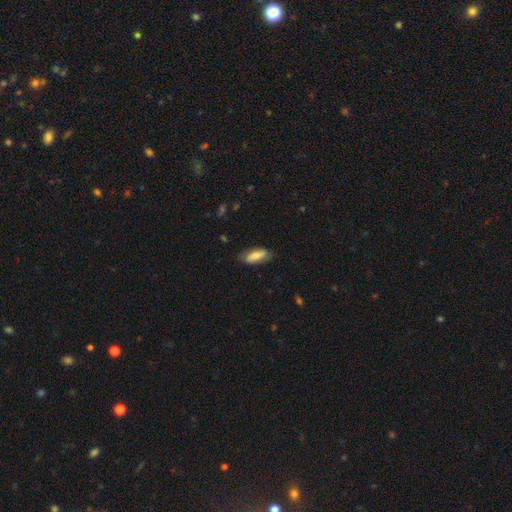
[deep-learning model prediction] Smooth or featured? smooth (68%)
How rounded? in between (79%)
Merging? none (76%)